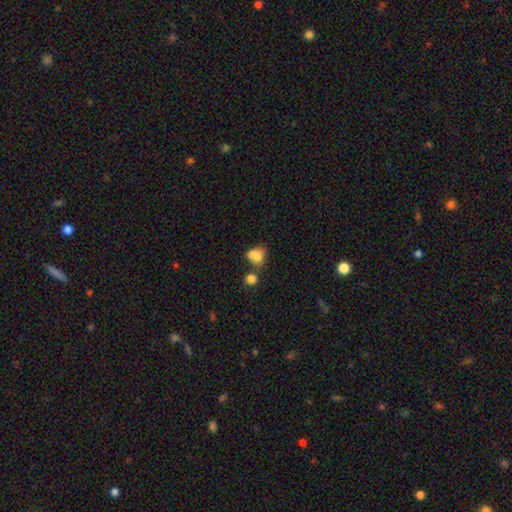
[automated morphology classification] This is likely a smooth galaxy (75%). How rounded: possibly in between (59%). Merging: marginally merger (44%).